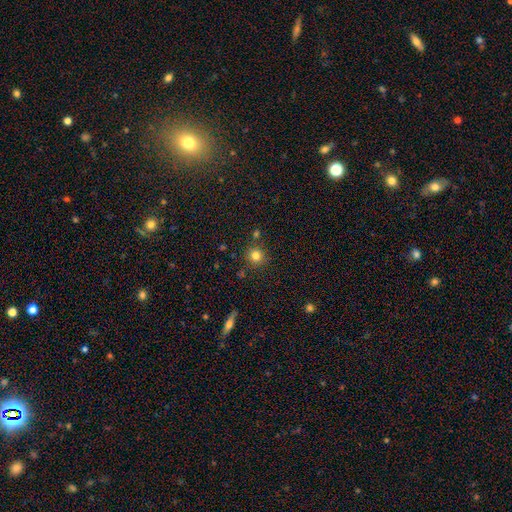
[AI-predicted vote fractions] smooth_or_featured: smooth (p=0.79) [alt: star or artifact p=0.14]
how_rounded: round (p=0.92) [alt: in between p=0.07]
merging: none (p=0.82) [alt: minor disturbance p=0.09]